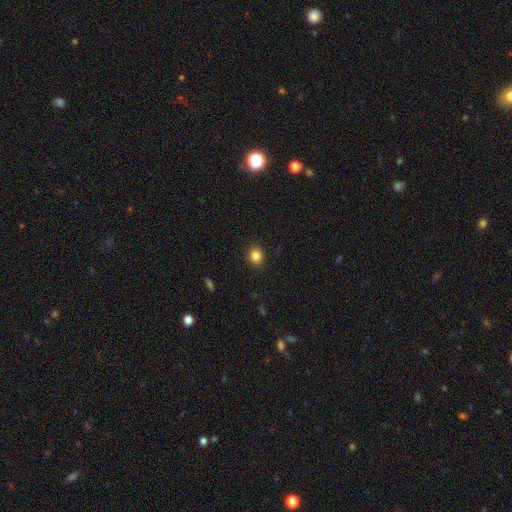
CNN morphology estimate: smooth 84%, star or artifact 11%, featured or disk 5%. Down the decision tree: how rounded — round (75%); merging — none (90%).